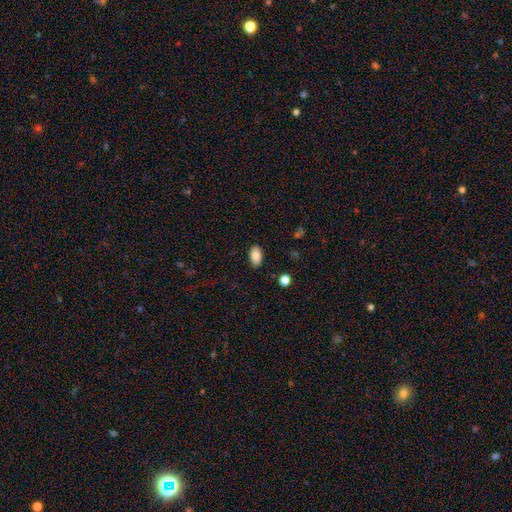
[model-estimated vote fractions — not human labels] The model was most divided on "smooth or featured": smooth: 86%, star or artifact: 8%, featured or disk: 6%. More confident: how rounded — in between (93%); merging — none (88%).